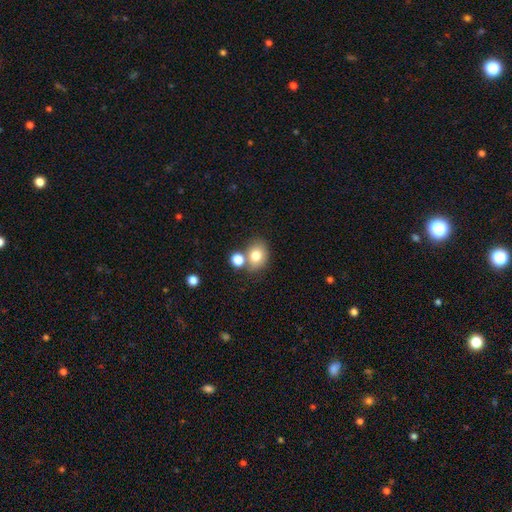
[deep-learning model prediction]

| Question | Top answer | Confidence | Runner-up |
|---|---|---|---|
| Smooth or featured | smooth | 77% | featured or disk (12%) |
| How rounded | round | 52% | in between (47%) |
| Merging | none | 61% | merger (24%) |